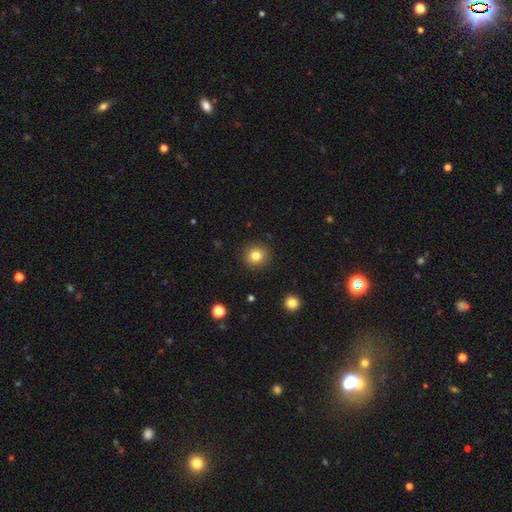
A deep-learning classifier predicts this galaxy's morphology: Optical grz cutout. It shows a smooth galaxy with no disk features (81%) that is round (93%). Merging: none (91%).